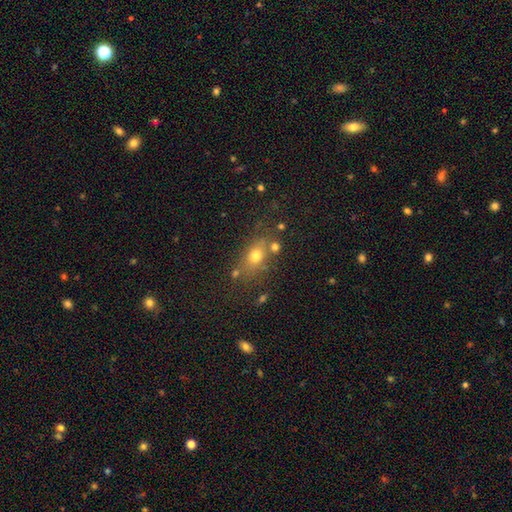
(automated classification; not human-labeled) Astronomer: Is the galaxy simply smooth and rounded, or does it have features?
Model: smooth — 69%.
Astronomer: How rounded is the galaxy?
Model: in between — 63%.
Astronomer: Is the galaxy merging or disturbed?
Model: none — 67%.